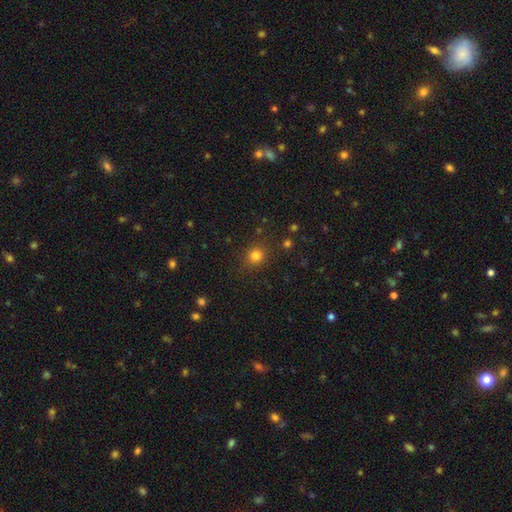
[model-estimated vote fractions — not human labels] Morphology: type=smooth (80%); roundness=round (86%); merging=none (87%).